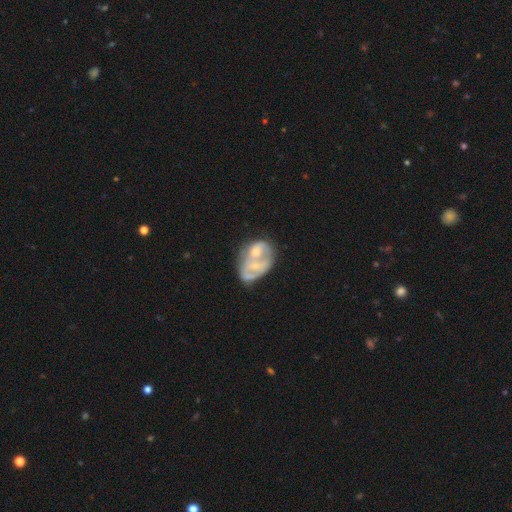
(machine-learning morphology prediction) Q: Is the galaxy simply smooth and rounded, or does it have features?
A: featured or disk — 55%.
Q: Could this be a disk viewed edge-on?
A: no — 97%.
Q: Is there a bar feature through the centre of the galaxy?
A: no — 80%.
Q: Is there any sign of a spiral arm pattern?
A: no — 75%.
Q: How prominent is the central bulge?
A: small — 40%.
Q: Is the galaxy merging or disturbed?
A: merger — 39%.